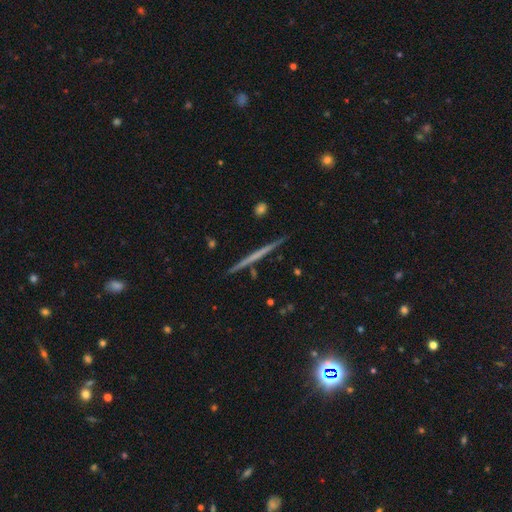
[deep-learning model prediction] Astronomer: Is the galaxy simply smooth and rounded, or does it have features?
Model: featured or disk — 62%.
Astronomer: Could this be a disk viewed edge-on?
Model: yes — 98%.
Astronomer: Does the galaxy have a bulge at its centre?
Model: none — 89%.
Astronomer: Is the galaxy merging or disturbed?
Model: none — 92%.